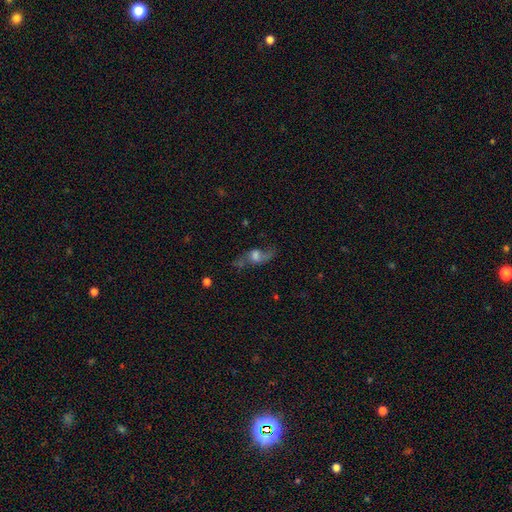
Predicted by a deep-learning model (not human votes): Smooth or featured: featured or disk — 56% (smooth — 31%)
Edge-on disk: no — 84% (yes — 16%)
Merging: none — 50% (major disturbance — 23%)